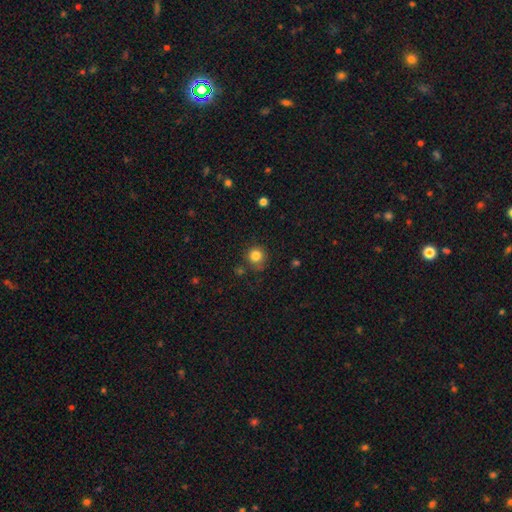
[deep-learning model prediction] Smooth or featured? smooth (83%)
How rounded? round (92%)
Merging? none (79%)